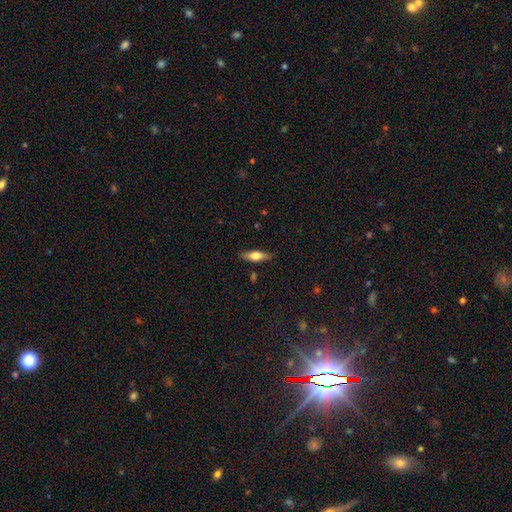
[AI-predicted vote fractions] Overall: smooth (58%; featured or disk 35%). How rounded: cigar-shaped (49%; in between 48%). Merging: none (84%).